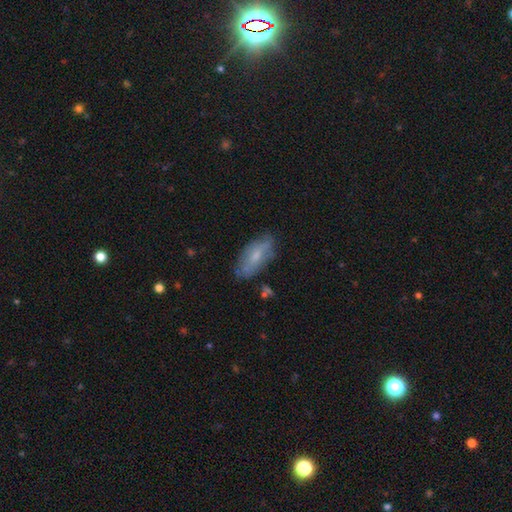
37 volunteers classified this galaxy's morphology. smooth 59%, featured or disk 35%, star or artifact 5%. Down the decision tree: how rounded — in between (86%); merging — none (69%).